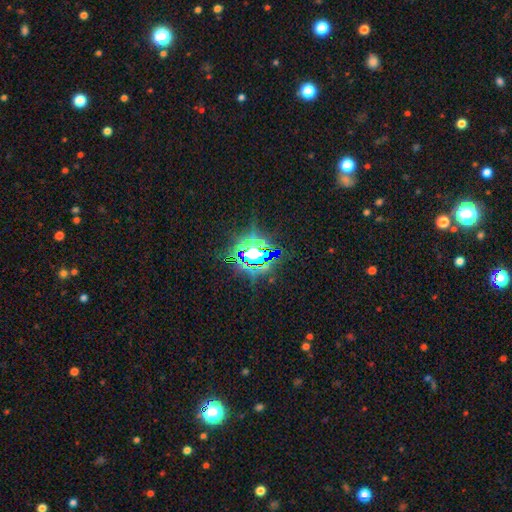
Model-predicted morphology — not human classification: The model was most divided on "smooth or featured": star or artifact: 74%, smooth: 16%, featured or disk: 10%.